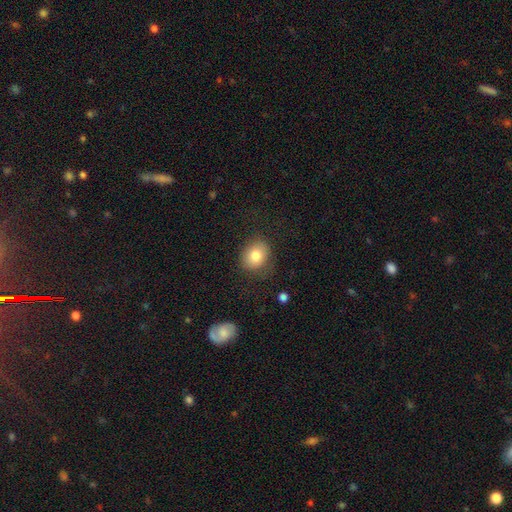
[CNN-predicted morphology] type=smooth (80%); roundness=round (52%); merging=none (78%).